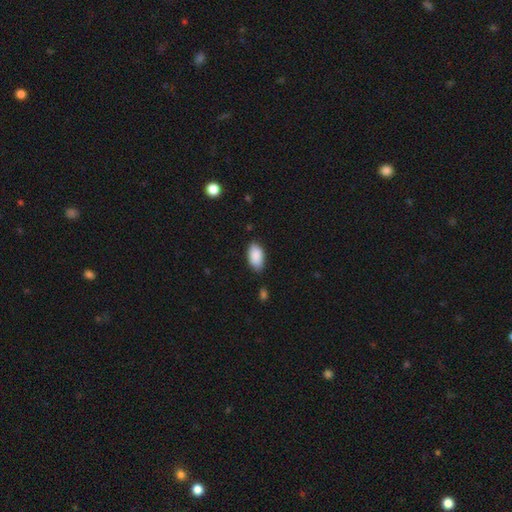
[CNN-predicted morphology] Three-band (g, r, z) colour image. It shows a smooth galaxy with no disk features (89%) that is in between round and cigar-shaped (94%). Merging: none (78%).